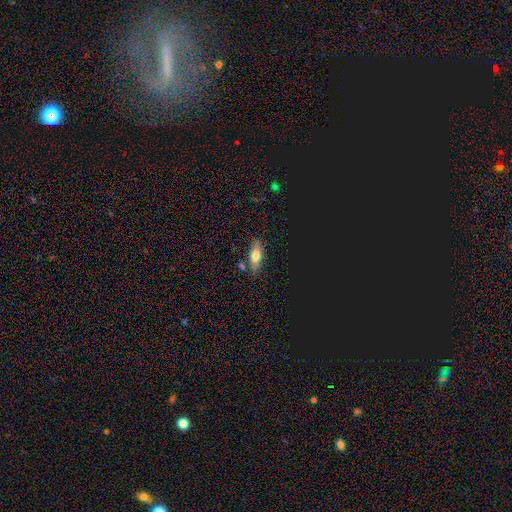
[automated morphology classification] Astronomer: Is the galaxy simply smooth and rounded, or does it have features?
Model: smooth — 66%.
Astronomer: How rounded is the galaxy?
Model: in between — 73%.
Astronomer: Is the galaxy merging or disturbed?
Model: none — 78%.